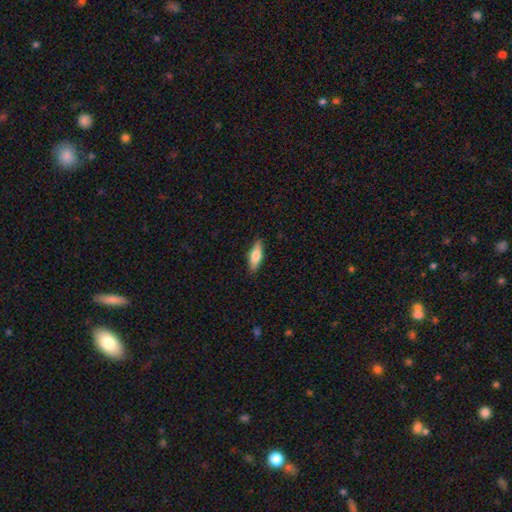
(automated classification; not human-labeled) Smooth or featured? smooth (70%)
How rounded? in between (50%)
Merging? none (88%)